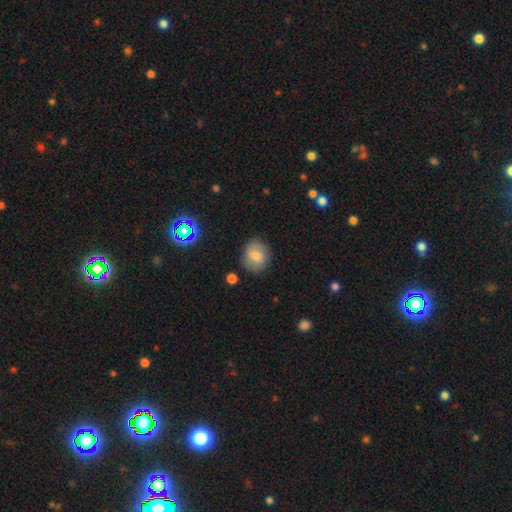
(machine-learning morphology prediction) Q: Smooth or featured?
A: smooth (71%); runner-up: featured or disk (19%)
Q: How rounded?
A: round (71%); runner-up: in between (28%)
Q: Merging?
A: none (80%); runner-up: minor disturbance (14%)